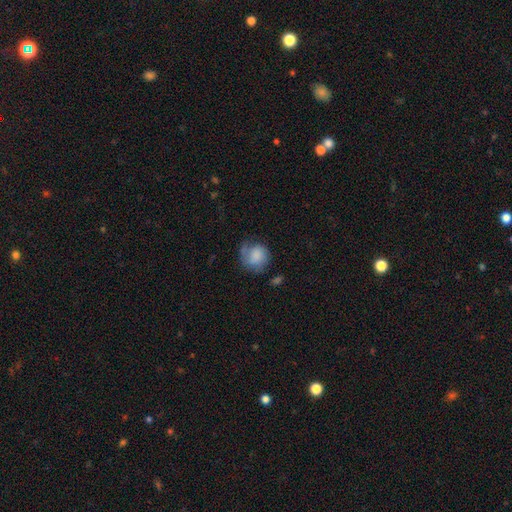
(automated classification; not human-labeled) smooth_or_featured: smooth (p=0.67) [alt: featured or disk p=0.25]
how_rounded: round (p=0.77) [alt: in between p=0.22]
merging: none (p=0.49) [alt: minor disturbance p=0.29]